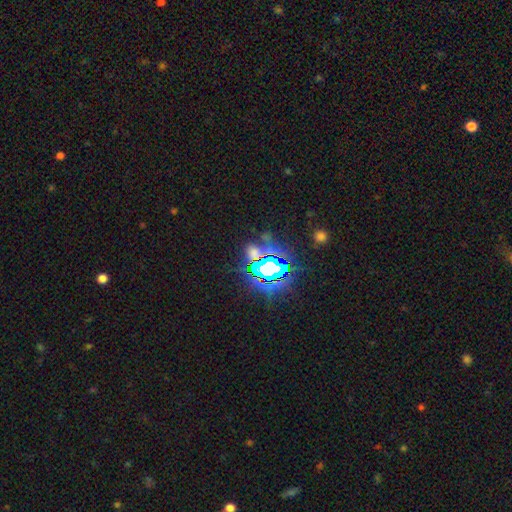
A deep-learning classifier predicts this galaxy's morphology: This appears to be a star or artifact, not a galaxy (68%).